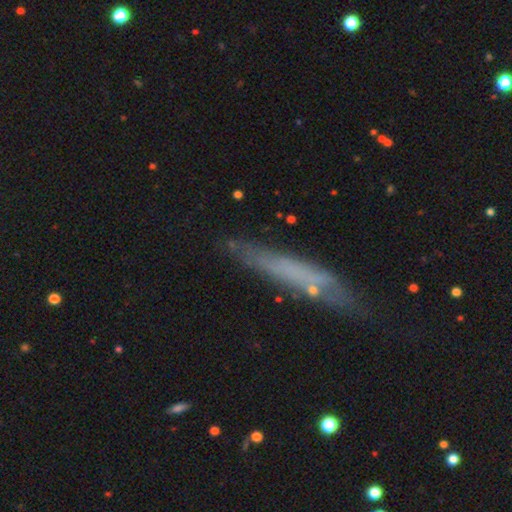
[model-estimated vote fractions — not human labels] smooth 50%, featured or disk 41%, star or artifact 9%. Down the decision tree: how rounded — cigar-shaped (91%); merging — none (75%).